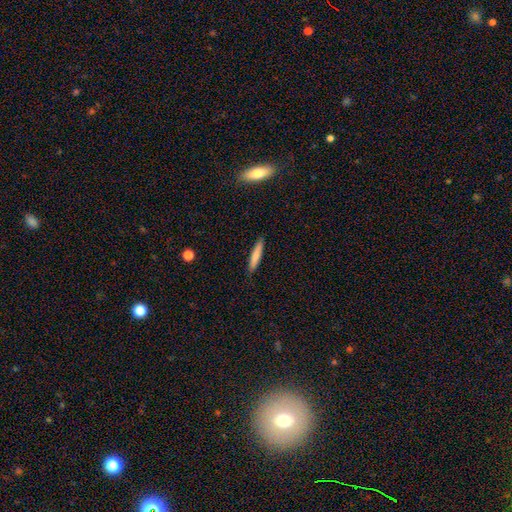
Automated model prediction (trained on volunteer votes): Morphology: type=smooth (76%); roundness=cigar-shaped (90%); merging=none (89%).